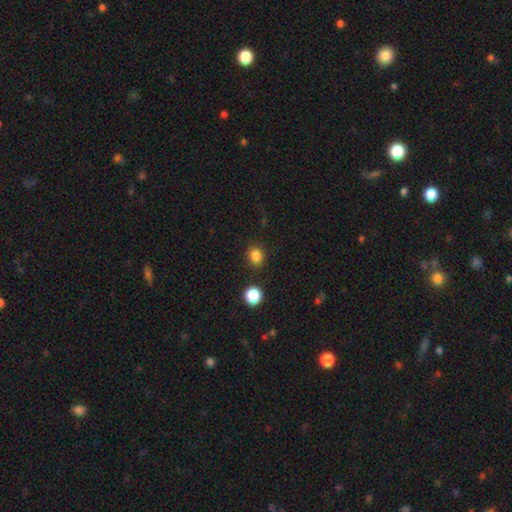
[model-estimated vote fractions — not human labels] This is clearly a smooth galaxy (84%). How rounded: likely round (64%). Merging: clearly none (85%).